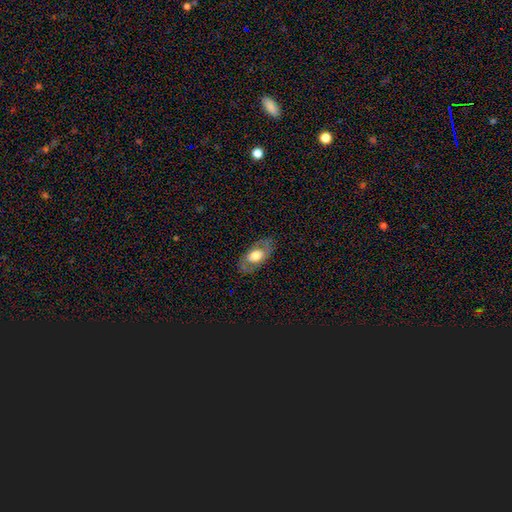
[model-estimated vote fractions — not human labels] smooth_or_featured: featured or disk (p=0.50) [alt: smooth p=0.44]
disk_edge_on: no (p=0.86) [alt: yes p=0.14]
merging: none (p=0.80) [alt: minor disturbance p=0.13]